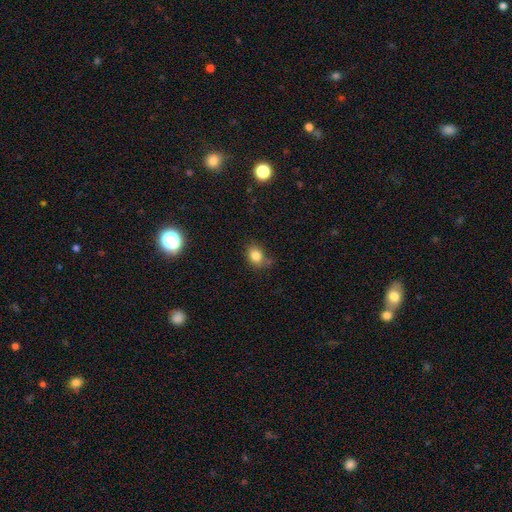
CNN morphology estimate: This appears to be a smooth galaxy with no disk features (82%) that is round (56%). Merging: none (65%).